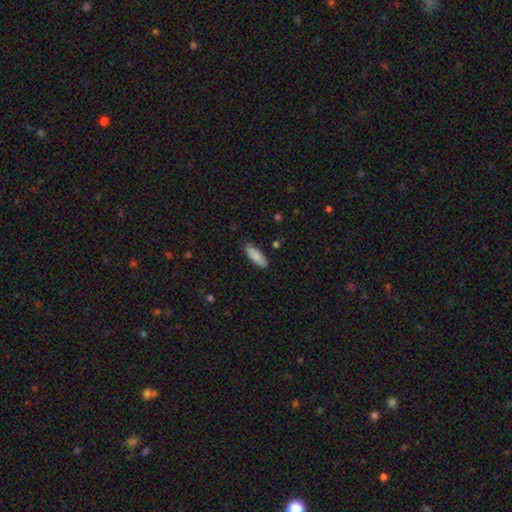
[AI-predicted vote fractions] smooth 86%, featured or disk 8%, star or artifact 6%. Down the decision tree: how rounded — in between (62%); merging — none (86%).